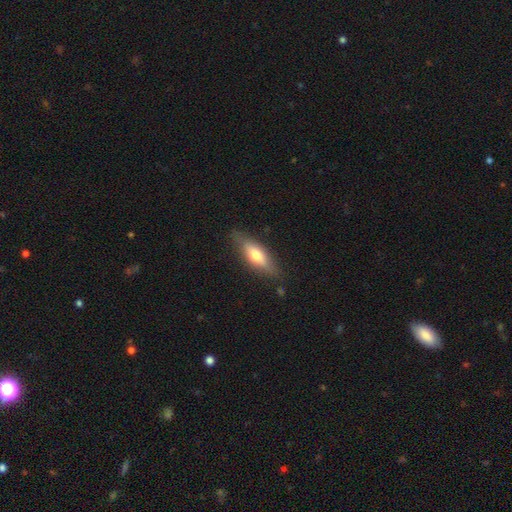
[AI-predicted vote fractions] Smooth or featured? smooth (59%)
How rounded? in between (53%)
Merging? none (81%)